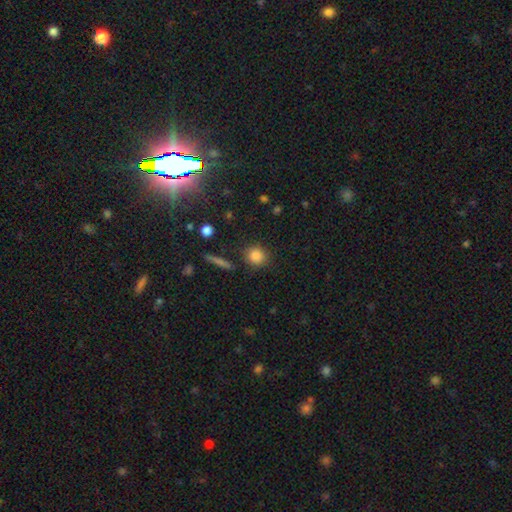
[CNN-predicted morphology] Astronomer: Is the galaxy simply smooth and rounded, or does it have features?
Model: smooth — 85%.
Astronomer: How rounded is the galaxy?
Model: round — 86%.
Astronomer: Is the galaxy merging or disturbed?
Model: none — 85%.